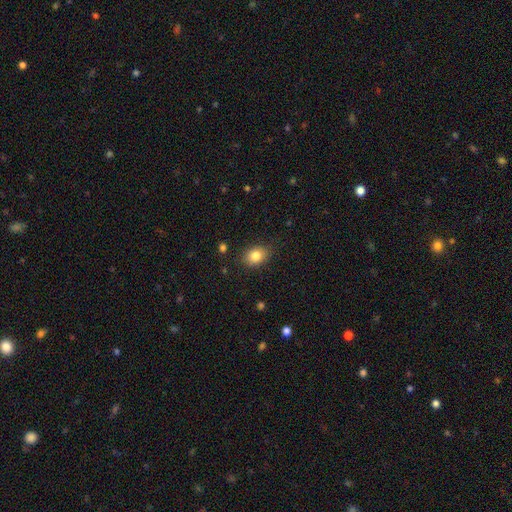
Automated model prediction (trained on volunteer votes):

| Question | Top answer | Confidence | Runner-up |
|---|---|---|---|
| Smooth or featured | smooth | 82% | star or artifact (9%) |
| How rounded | in between | 66% | round (33%) |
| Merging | none | 84% | minor disturbance (12%) |